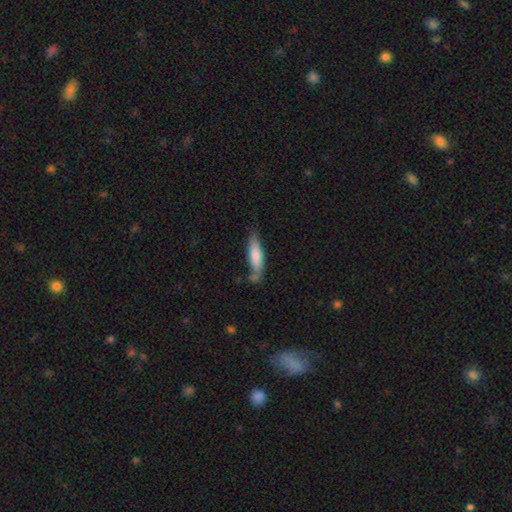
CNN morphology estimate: smooth-or-featured: smooth: 76% | featured or disk: 19% | star or artifact: 5%
  how-rounded: cigar-shaped: 62% | in between: 36% | round: 2%
  merging: none: 56% | minor disturbance: 27% | merger: 9% | major disturbance: 8%